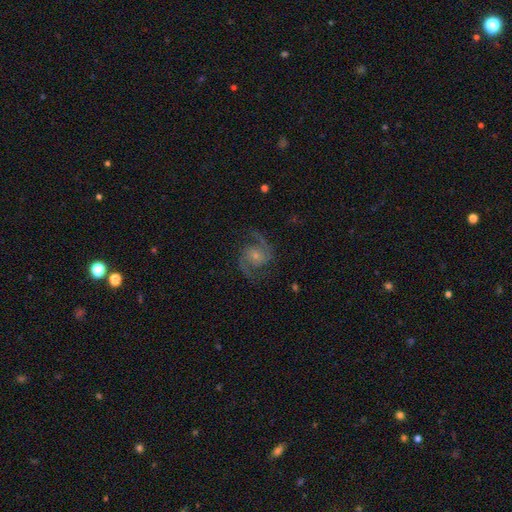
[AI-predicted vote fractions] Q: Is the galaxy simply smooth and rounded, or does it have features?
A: featured or disk — 90%.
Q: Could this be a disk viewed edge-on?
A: no — 98%.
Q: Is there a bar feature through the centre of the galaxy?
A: no — 59%.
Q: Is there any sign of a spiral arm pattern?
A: yes — 98%.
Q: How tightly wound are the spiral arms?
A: medium — 61%.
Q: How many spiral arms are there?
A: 2 — 93%.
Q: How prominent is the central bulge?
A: small — 63%.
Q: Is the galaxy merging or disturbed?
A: none — 81%.